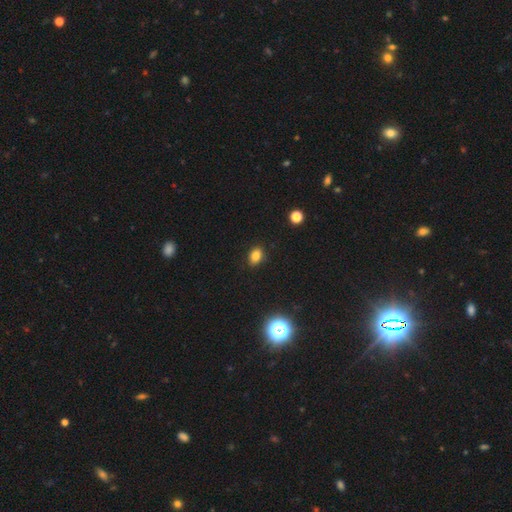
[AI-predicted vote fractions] The model was most divided on "how rounded": in between: 75%, round: 24%, cigar-shaped: 1%. More confident: merging — none (88%); smooth or featured — smooth (82%).